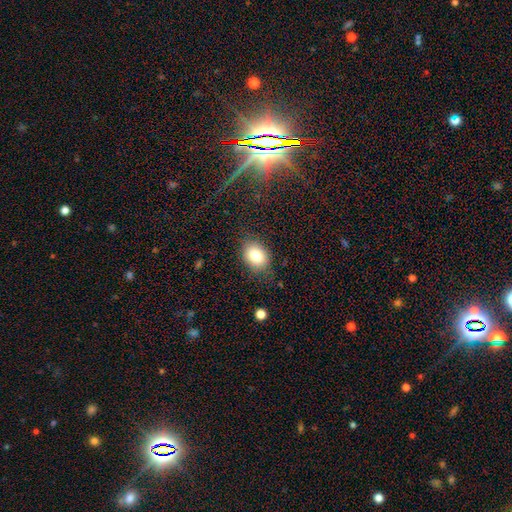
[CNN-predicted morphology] Smooth or featured? Predicted: smooth (p=0.81). How rounded? Predicted: in between (p=0.68). Merging? Predicted: none (p=0.78).